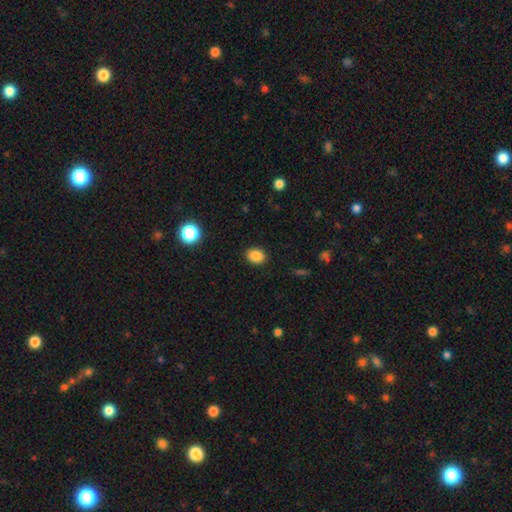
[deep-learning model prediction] This is clearly a smooth galaxy (86%). How rounded: possibly in between (50%). Merging: clearly none (89%).